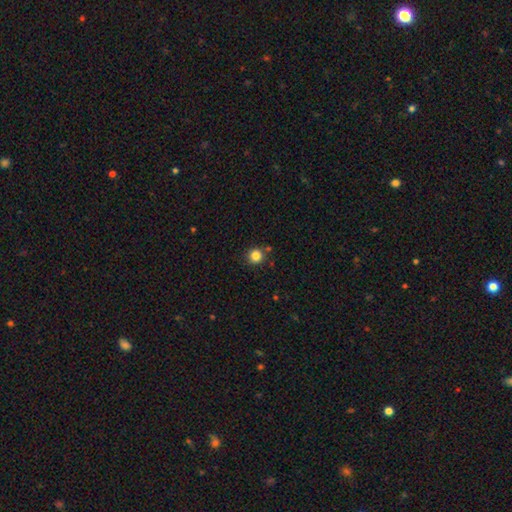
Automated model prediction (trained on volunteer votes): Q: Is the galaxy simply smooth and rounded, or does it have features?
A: smooth — 84%.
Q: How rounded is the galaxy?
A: round — 93%.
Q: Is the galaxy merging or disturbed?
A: none — 85%.